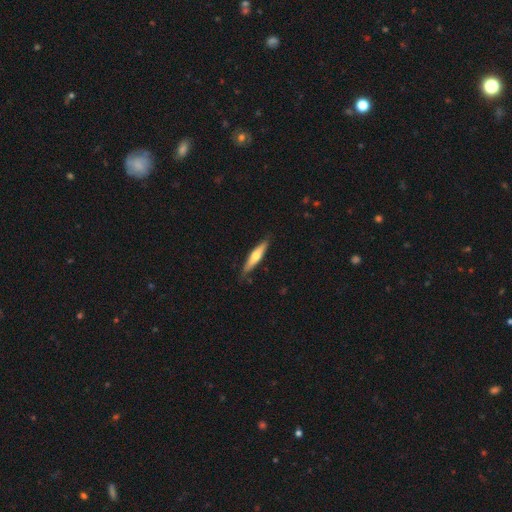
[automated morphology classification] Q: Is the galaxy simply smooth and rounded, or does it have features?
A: smooth — 51%.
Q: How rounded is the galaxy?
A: cigar-shaped — 83%.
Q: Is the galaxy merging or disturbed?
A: none — 84%.